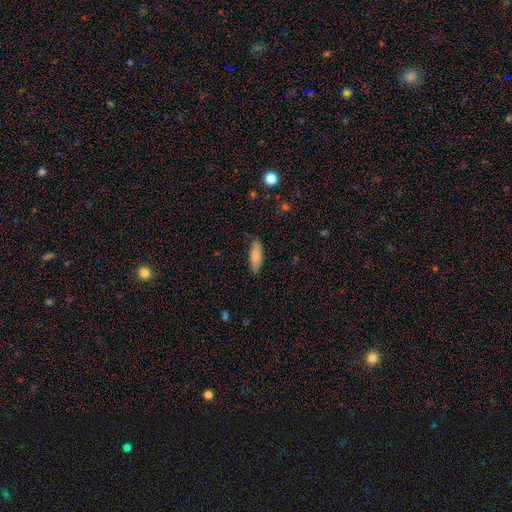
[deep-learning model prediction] Smooth or featured? smooth (81%)
How rounded? in between (59%)
Merging? none (81%)